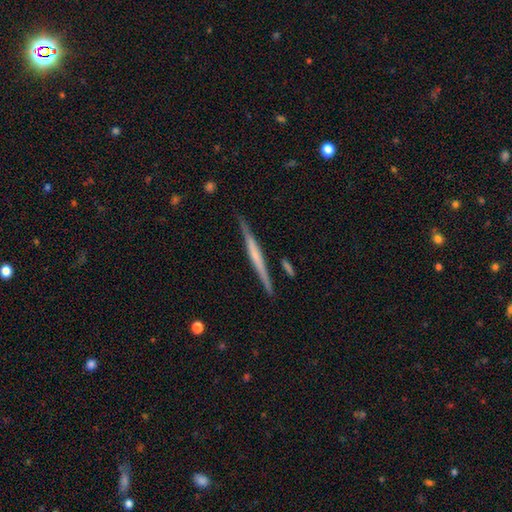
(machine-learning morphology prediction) Q: Smooth or featured?
A: featured or disk (64%); runner-up: smooth (31%)
Q: Edge-on disk?
A: yes (98%); runner-up: no (2%)
Q: Edge-on bulge?
A: none (64%); runner-up: rounded (23%)
Q: Merging?
A: none (87%); runner-up: minor disturbance (9%)